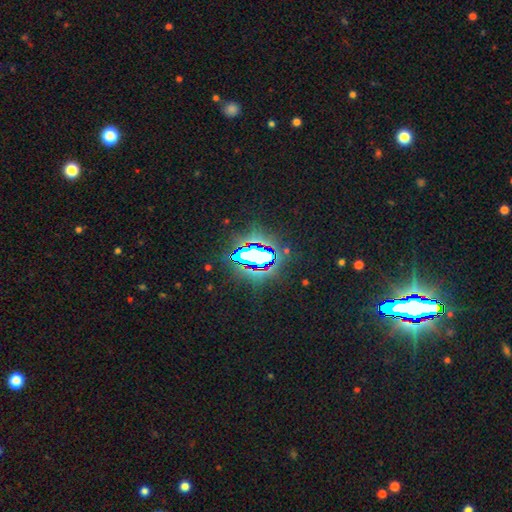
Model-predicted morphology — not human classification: Overall: star or artifact (74%).